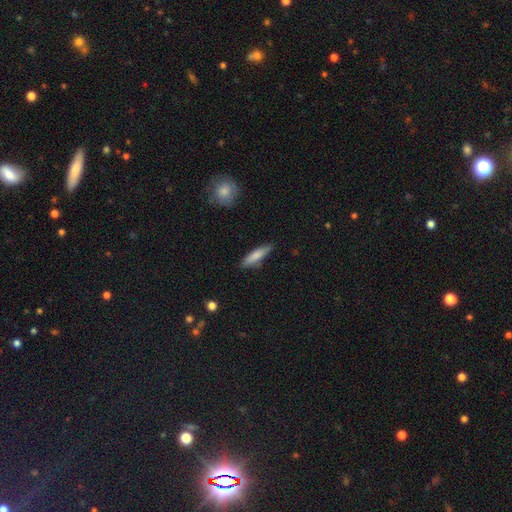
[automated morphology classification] smooth_or_featured: smooth (p=0.77) [alt: featured or disk p=0.17]
how_rounded: cigar-shaped (p=0.76) [alt: in between p=0.22]
merging: none (p=0.84) [alt: minor disturbance p=0.12]